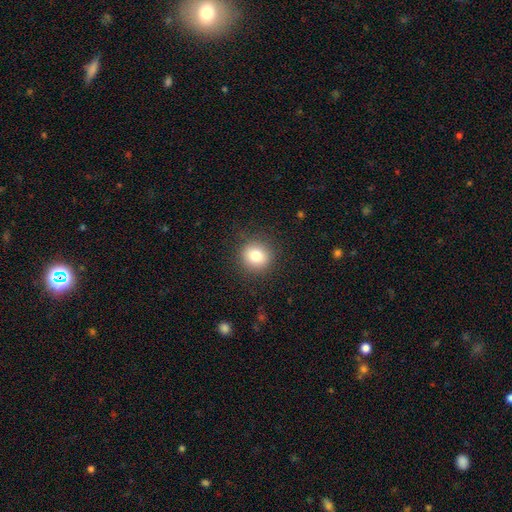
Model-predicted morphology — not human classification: Smooth or featured? Predicted: smooth (p=0.82). How rounded? Predicted: round (p=0.89). Merging? Predicted: none (p=0.89).